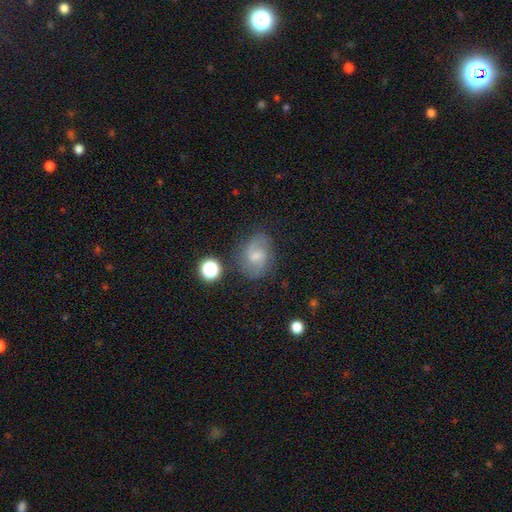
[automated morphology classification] Smooth or featured: featured or disk — 62% (smooth — 27%)
Edge-on disk: no — 97% (yes — 3%)
Bar: weak — 56% (no — 34%)
Spiral arms: yes — 91% (no — 9%)
Spiral winding: medium — 50% (loose — 32%)
Spiral arm count: 2 — 85% (can't tell — 8%)
Bulge size: small — 44% (moderate — 35%)
Merging: none — 73% (minor disturbance — 17%)